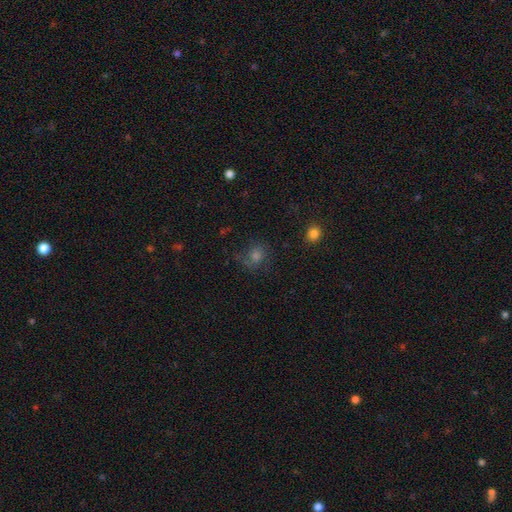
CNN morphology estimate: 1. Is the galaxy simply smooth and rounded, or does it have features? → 52% smooth, 26% star or artifact, 22% featured or disk.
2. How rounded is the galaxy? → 77% round, 22% in between, 1% cigar-shaped.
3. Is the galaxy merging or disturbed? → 62% none, 19% minor disturbance, 16% major disturbance, 2% merger.